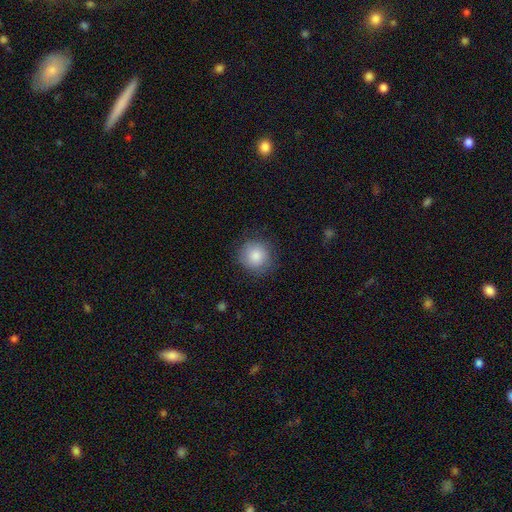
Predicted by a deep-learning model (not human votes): This is clearly a smooth galaxy (85%). How rounded: clearly round (92%). Merging: clearly none (84%).